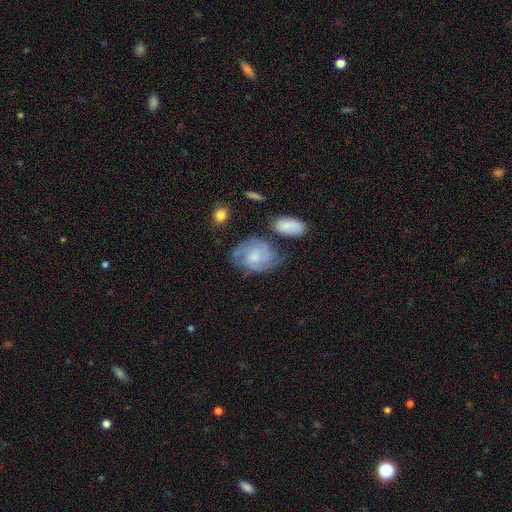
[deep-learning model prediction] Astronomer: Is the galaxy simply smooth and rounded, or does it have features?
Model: featured or disk — 66%.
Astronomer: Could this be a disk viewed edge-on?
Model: no — 97%.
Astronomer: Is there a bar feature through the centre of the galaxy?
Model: no — 59% (runner-up: weak, 36%).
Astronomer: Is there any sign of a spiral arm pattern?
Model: yes — 87%.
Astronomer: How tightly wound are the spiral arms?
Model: tight — 45% (runner-up: medium, 41%).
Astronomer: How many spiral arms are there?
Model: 2 — 41% (runner-up: can't tell, 34%).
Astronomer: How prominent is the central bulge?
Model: small — 49% (runner-up: moderate, 36%).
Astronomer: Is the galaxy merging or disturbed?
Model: none — 54%.